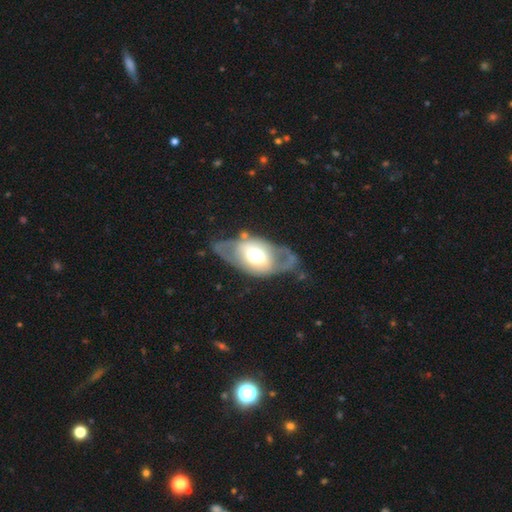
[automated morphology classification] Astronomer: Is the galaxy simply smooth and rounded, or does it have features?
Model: featured or disk — 59% (runner-up: smooth, 35%).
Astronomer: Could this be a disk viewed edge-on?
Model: no — 86%.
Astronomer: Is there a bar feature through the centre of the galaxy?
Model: no — 70%.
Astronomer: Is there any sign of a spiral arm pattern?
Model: no — 69%.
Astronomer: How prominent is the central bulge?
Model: moderate — 50% (runner-up: large, 39%).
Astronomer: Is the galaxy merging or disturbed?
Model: none — 55%.